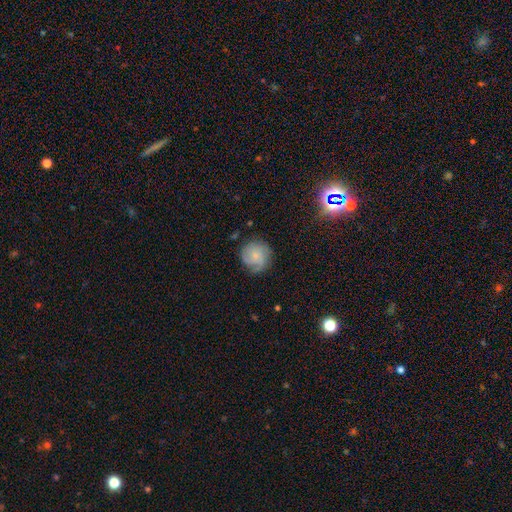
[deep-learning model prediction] Overall: featured or disk (48%; smooth 44%). Merging: none (72%).